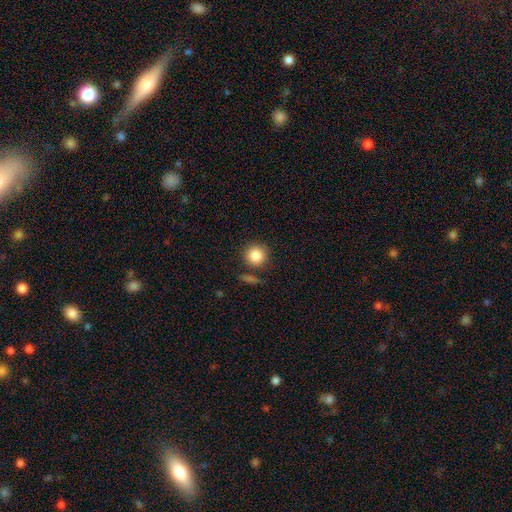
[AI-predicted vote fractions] This is clearly a smooth galaxy (85%). How rounded: clearly round (92%). Merging: likely none (80%).